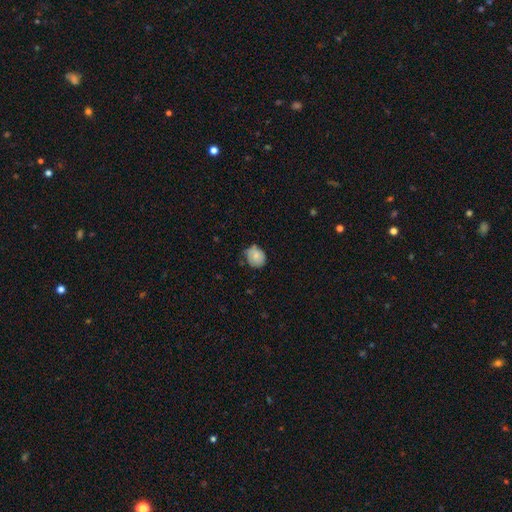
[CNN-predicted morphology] This is likely a smooth galaxy (76%). How rounded: likely round (73%). Merging: possibly none (60%).